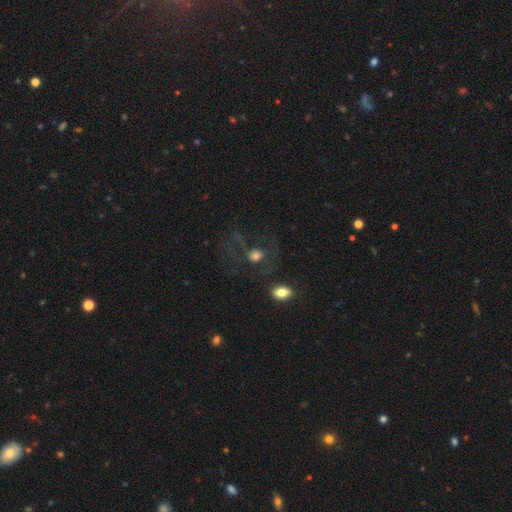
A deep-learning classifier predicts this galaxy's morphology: smooth-or-featured: smooth: 55% | featured or disk: 30% | star or artifact: 15%
  how-rounded: round: 68% | in between: 30% | cigar-shaped: 2%
  merging: none: 49% | major disturbance: 28% | minor disturbance: 15% | merger: 9%